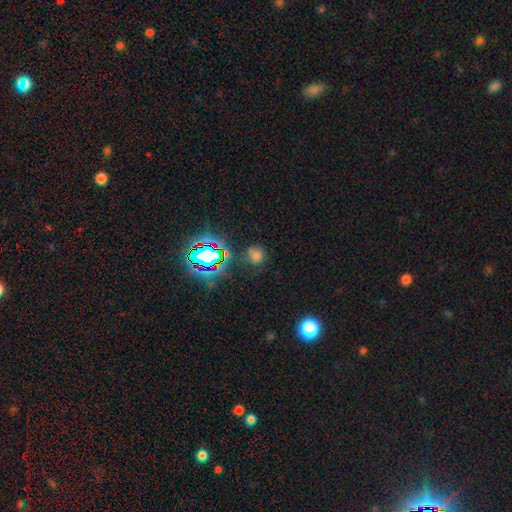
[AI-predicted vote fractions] This is possibly a smooth galaxy (55%). How rounded: clearly round (81%). Merging: likely none (73%).